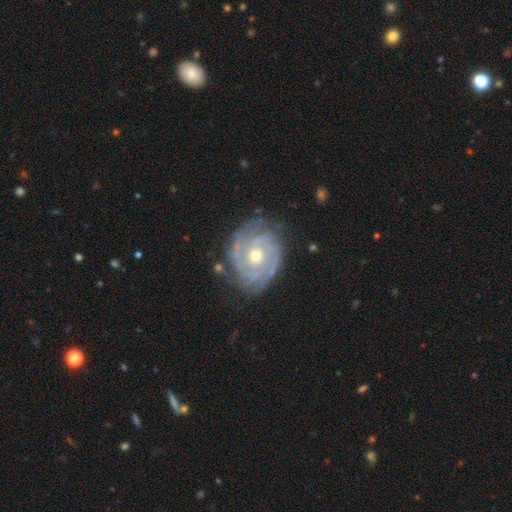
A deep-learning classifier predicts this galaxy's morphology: A featured or disk galaxy (88%) with no bar (76%), 2 (34%) tight (73%) spiral arms (95%) and a moderate central bulge (60%).

Vote fractions:
- Smooth or featured? featured or disk: 88% / smooth: 7% / star or artifact: 5%
- Edge-on disk? no: 97% / yes: 3%
- Bar? no: 76% / weak: 19% / strong: 5%
- Spiral arms? yes: 95% / no: 5%
- Spiral winding? tight: 73% / medium: 23% / loose: 5%
- Spiral arm count? 2: 34% / can't tell: 24% / 3: 24% / 4: 8% / 1: 5% / more than 4: 5%
- Bulge size? moderate: 60% / small: 36% / large: 2% / none: 1% / dominant: 1%
- Merging? none: 73% / minor disturbance: 19% / major disturbance: 6% / merger: 2%